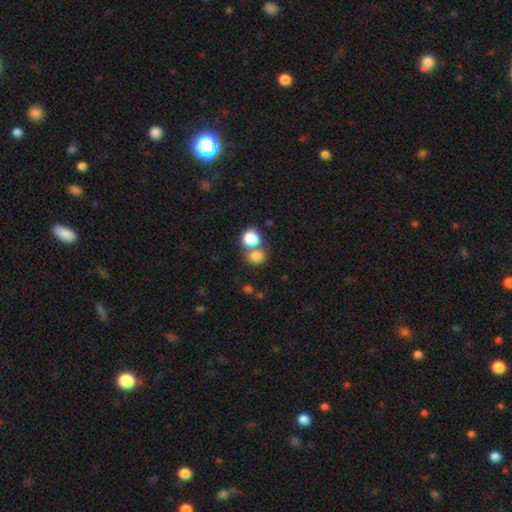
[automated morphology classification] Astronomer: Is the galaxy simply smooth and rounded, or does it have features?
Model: smooth — 81%.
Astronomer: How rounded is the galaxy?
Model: round — 72%.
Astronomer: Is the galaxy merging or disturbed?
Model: merger — 48% (runner-up: none, 42%).